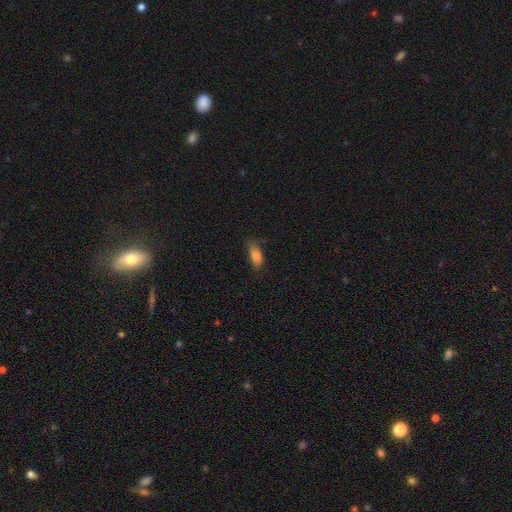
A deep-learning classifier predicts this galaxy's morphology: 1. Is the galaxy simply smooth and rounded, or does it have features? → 83% smooth, 9% featured or disk, 8% star or artifact.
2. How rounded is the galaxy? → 83% in between, 14% cigar-shaped, 3% round.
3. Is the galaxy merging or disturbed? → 68% none, 25% minor disturbance, 6% major disturbance, 1% merger.